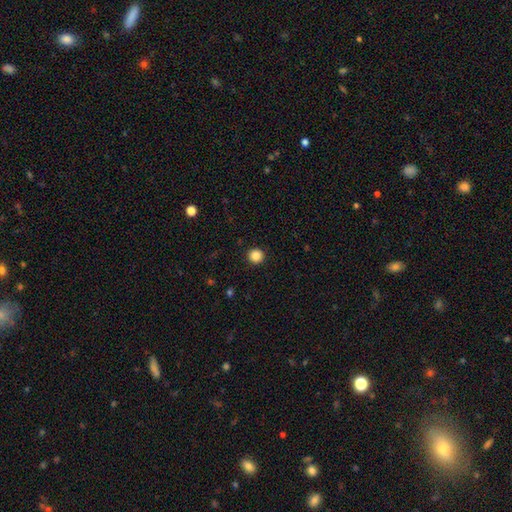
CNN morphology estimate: Smooth or featured?
  - smooth: 85% *
  - star or artifact: 11%
  - featured or disk: 4%
How rounded?
  - round: 95% *
  - in between: 4%
  - cigar-shaped: 1%
Merging?
  - none: 93% *
  - minor disturbance: 4%
  - major disturbance: 2%
  - merger: 1%